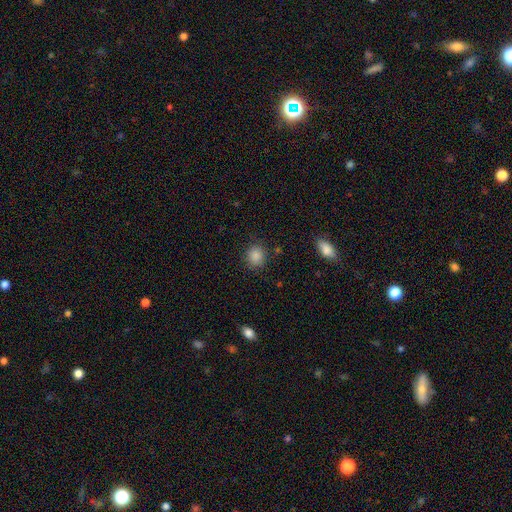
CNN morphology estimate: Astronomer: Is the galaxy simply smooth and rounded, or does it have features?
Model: smooth — 86%.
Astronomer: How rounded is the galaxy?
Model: round — 84%.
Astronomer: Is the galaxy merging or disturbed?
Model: none — 86%.